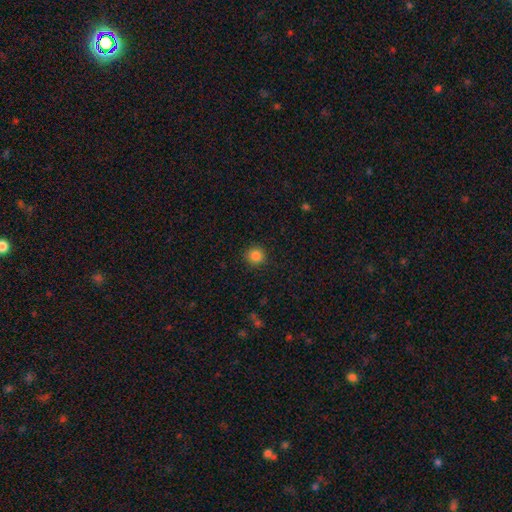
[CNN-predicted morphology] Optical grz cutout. It shows a smooth galaxy with no disk features (85%) that is round (94%). Merging: none (91%).